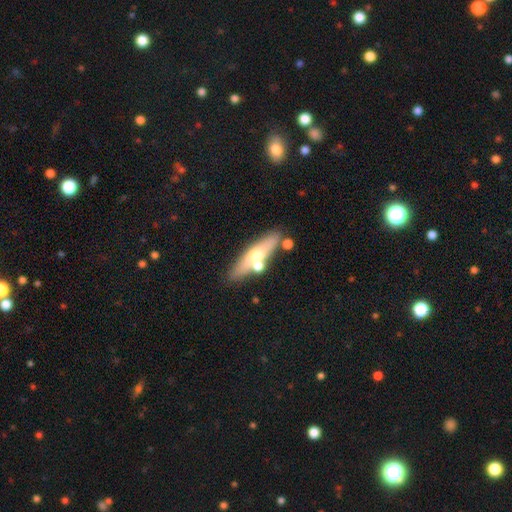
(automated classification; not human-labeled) This appears to be a smooth galaxy with no disk features (47%). Merging: none (72%).